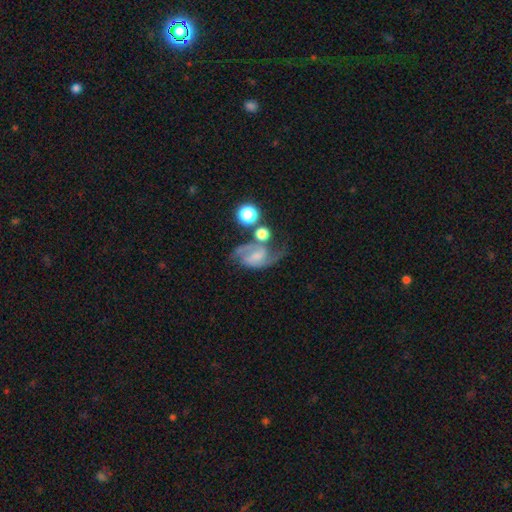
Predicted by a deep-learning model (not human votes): Smooth or featured: featured or disk — 78% (smooth — 14%)
Edge-on disk: no — 97% (yes — 3%)
Bar: weak — 49% (no — 33%)
Spiral arms: yes — 95% (no — 5%)
Spiral winding: medium — 52% (loose — 34%)
Spiral arm count: 2 — 88% (can't tell — 4%)
Bulge size: small — 40% (moderate — 28%)
Merging: none — 48% (minor disturbance — 19%)